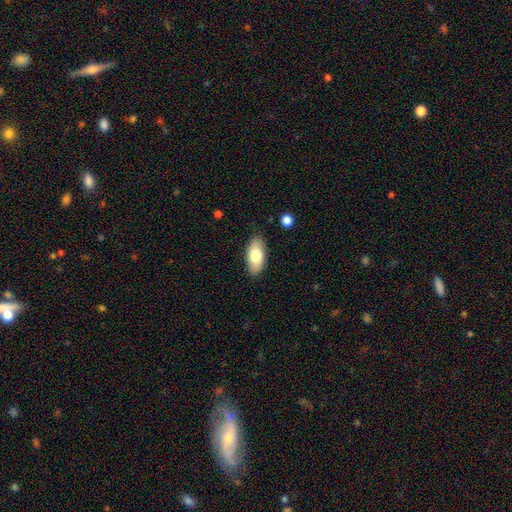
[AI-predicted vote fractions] smooth 79%, featured or disk 15%, star or artifact 6%. Down the decision tree: how rounded — in between (88%); merging — none (86%).